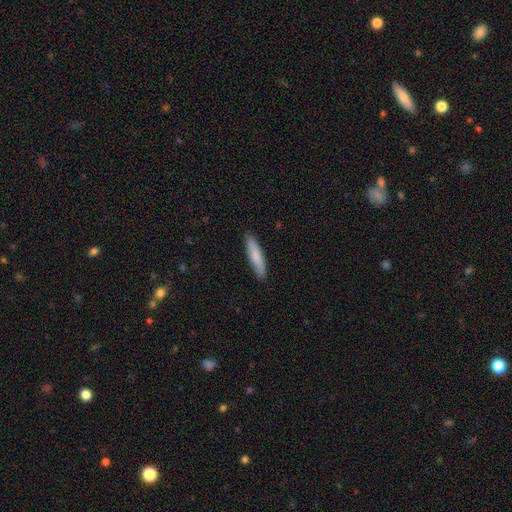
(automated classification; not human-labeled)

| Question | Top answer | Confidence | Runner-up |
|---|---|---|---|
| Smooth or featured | smooth | 81% | featured or disk (14%) |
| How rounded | cigar-shaped | 86% | in between (13%) |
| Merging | none | 89% | minor disturbance (8%) |